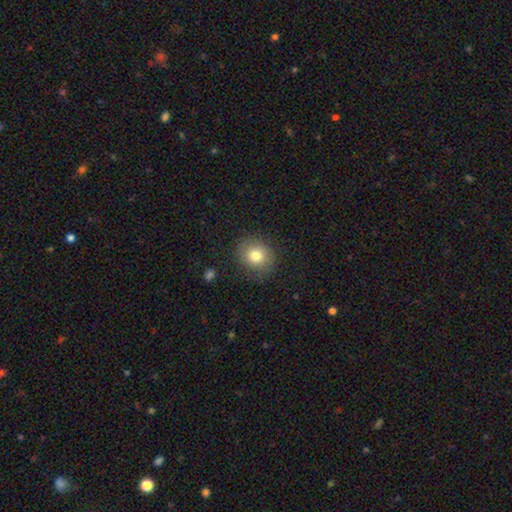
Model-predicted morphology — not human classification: Smooth or featured: smooth — 78% (featured or disk — 12%)
How rounded: round — 76% (in between — 23%)
Merging: none — 83% (minor disturbance — 12%)